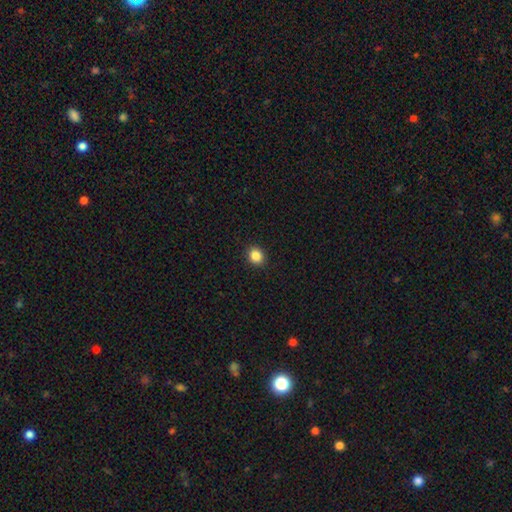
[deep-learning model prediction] This appears to be a smooth galaxy with no disk features (86%) that is round (69%). Merging: none (91%).